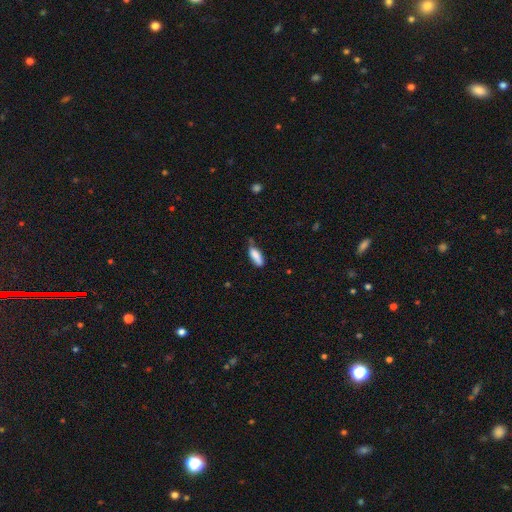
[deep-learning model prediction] smooth_or_featured: smooth (p=0.85) [alt: featured or disk p=0.08]
how_rounded: in between (p=0.63) [alt: cigar-shaped p=0.35]
merging: none (p=0.57) [alt: minor disturbance p=0.32]